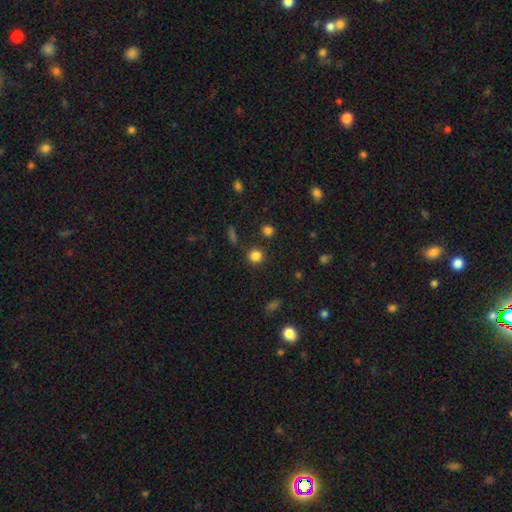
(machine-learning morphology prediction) Smooth or featured?
  - smooth: 83% *
  - star or artifact: 13%
  - featured or disk: 4%
How rounded?
  - round: 91% *
  - in between: 8%
  - cigar-shaped: 1%
Merging?
  - none: 87% *
  - minor disturbance: 7%
  - merger: 4%
  - major disturbance: 3%